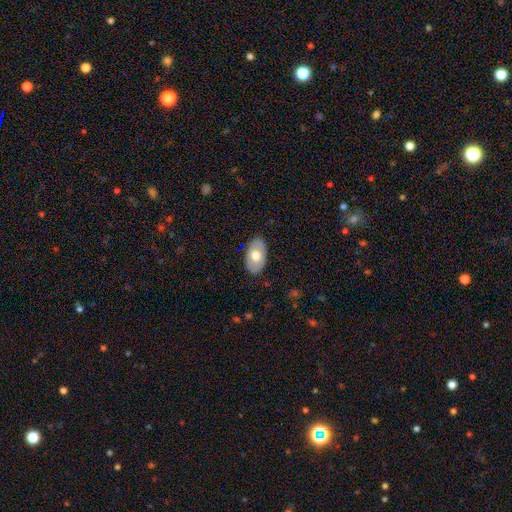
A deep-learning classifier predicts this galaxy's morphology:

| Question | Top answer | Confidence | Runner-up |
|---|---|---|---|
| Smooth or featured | smooth | 63% | featured or disk (32%) |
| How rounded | in between | 93% | round (6%) |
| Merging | none | 85% | minor disturbance (12%) |